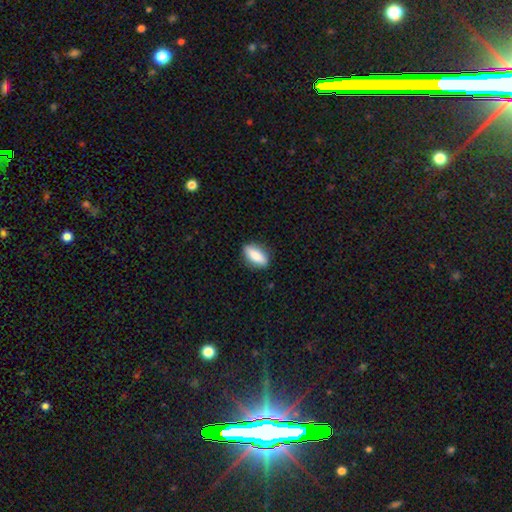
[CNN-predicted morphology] Smooth or featured? Predicted: smooth (p=0.77). How rounded? Predicted: in between (p=0.78). Merging? Predicted: none (p=0.86).